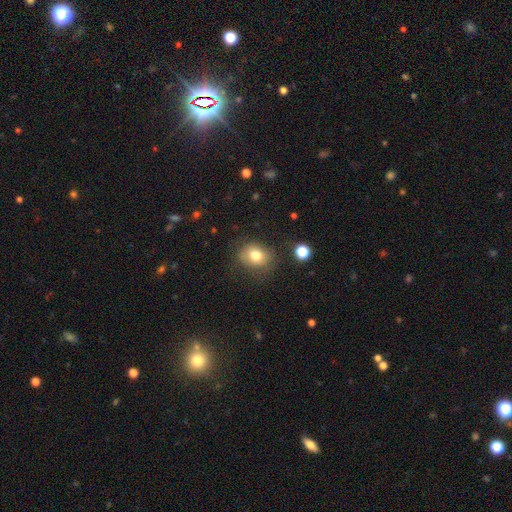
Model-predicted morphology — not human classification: A smooth galaxy with no disk features (77%) that is round (52%).

Vote fractions:
- Smooth or featured? smooth: 77% / featured or disk: 12% / star or artifact: 11%
- How rounded? round: 52% / in between: 47% / cigar-shaped: 1%
- Merging? none: 72% / minor disturbance: 19% / major disturbance: 7% / merger: 2%